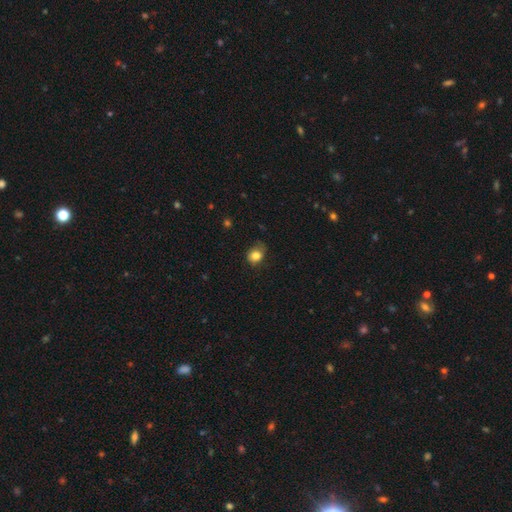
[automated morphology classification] Smooth or featured? smooth (81%)
How rounded? round (57%)
Merging? none (56%)